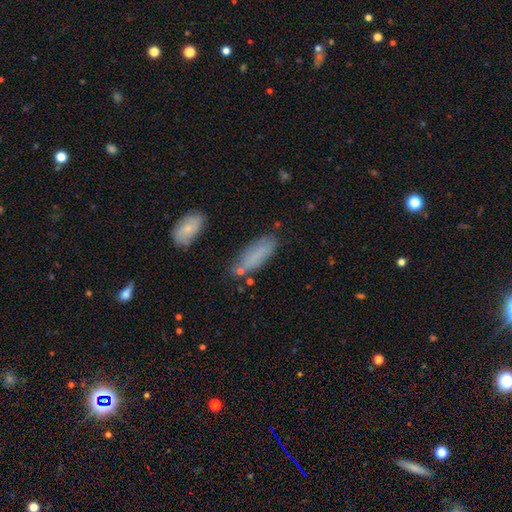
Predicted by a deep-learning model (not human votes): This appears to be a smooth galaxy with no disk features (77%) that is in between round and cigar-shaped (65%). Merging: none (67%).